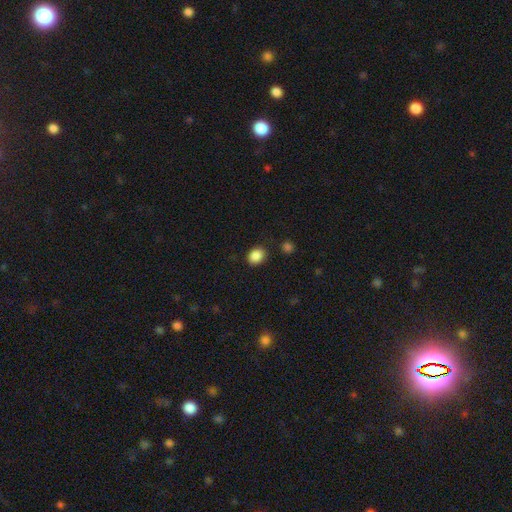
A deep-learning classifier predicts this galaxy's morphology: This is clearly a smooth galaxy (87%). How rounded: possibly round (50%). Merging: clearly none (86%).